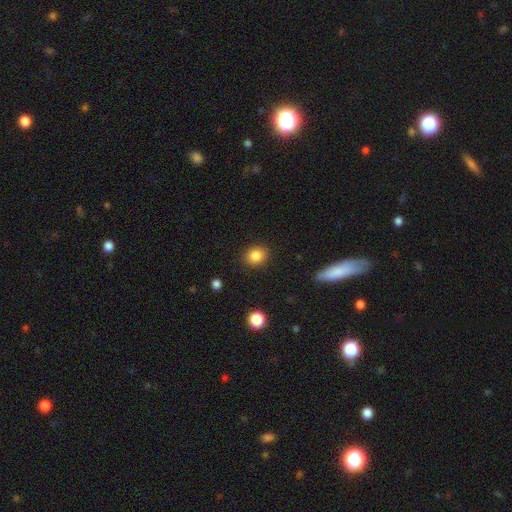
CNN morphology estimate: A smooth galaxy with no disk features (85%) that is round (73%).

Vote fractions:
- Smooth or featured? smooth: 85% / star or artifact: 10% / featured or disk: 5%
- How rounded? round: 73% / in between: 26% / cigar-shaped: 1%
- Merging? none: 88% / minor disturbance: 8% / major disturbance: 3% / merger: 1%